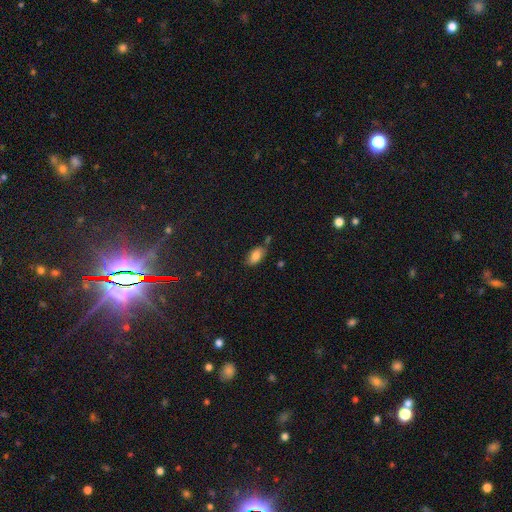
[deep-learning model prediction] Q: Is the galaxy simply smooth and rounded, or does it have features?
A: smooth — 83%.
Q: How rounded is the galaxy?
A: in between — 92%.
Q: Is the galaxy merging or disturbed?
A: none — 64%.